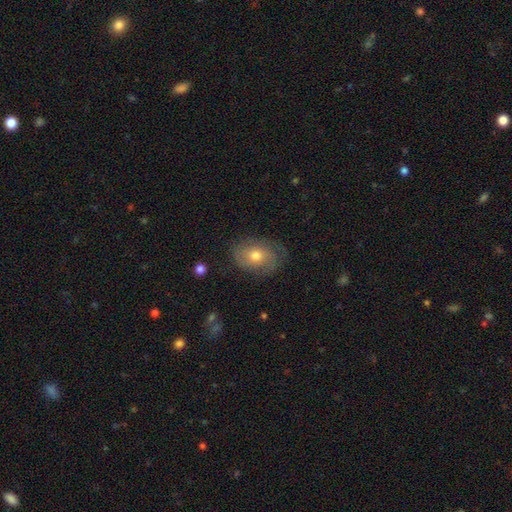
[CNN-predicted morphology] smooth 51%, featured or disk 40%, star or artifact 9%. Down the decision tree: how rounded — in between (66%); merging — none (71%).